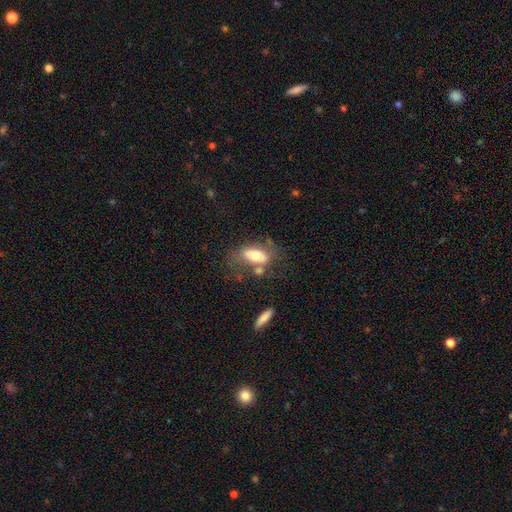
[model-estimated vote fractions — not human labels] A smooth galaxy with no disk features (58%) that is in between round and cigar-shaped (84%). Merging: none (46%).